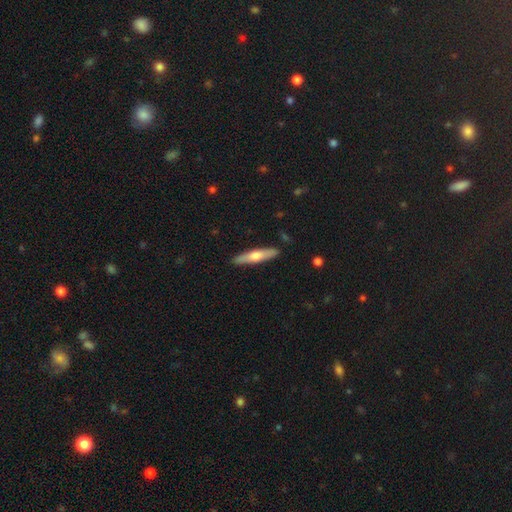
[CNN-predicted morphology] Smooth or featured? Predicted: smooth (p=0.54). How rounded? Predicted: cigar-shaped (p=0.85). Merging? Predicted: none (p=0.90).